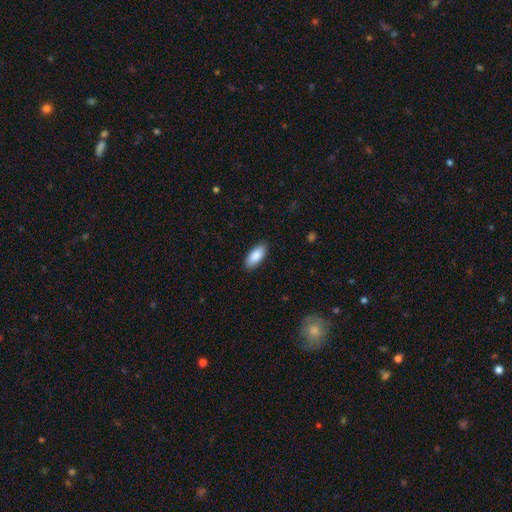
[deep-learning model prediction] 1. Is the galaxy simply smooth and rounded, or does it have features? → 88% smooth, 7% featured or disk, 6% star or artifact.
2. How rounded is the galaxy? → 87% in between, 11% cigar-shaped, 2% round.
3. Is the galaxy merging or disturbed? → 88% none, 9% minor disturbance, 2% major disturbance, 1% merger.